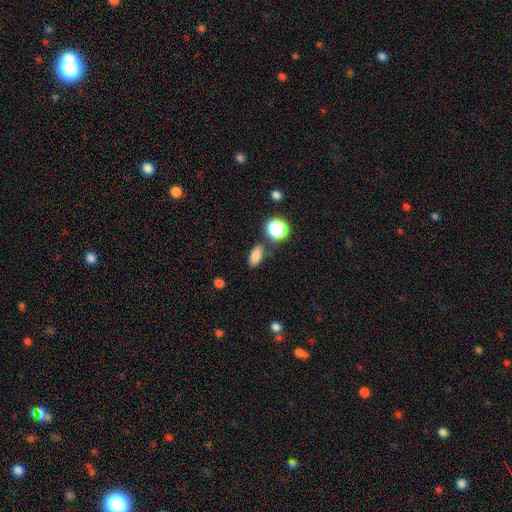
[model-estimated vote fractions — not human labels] This appears to be a smooth galaxy with no disk features (80%) that is in between round and cigar-shaped (81%). Merging: none (78%).